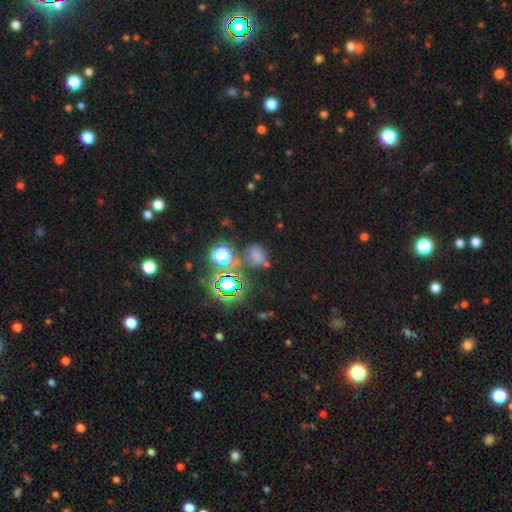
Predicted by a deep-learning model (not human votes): Smooth or featured: smooth — 52% (star or artifact — 36%)
How rounded: round — 50% (in between — 48%)
Merging: none — 50% (minor disturbance — 19%)